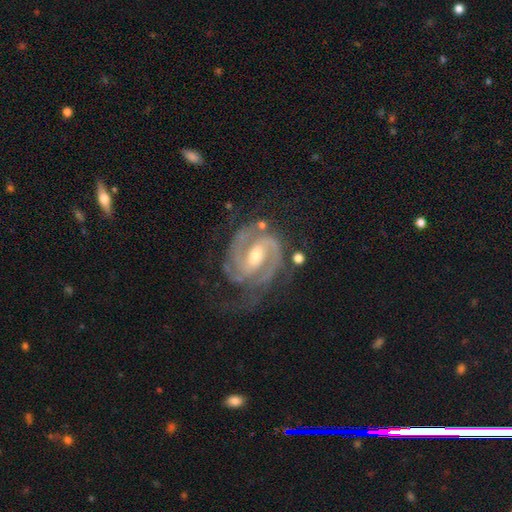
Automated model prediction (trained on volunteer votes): Smooth or featured? Predicted: featured or disk (p=0.93). Edge-on disk? Predicted: no (p=0.98). Bar? Predicted: weak (p=0.49). Spiral arms? Predicted: yes (p=0.98). Spiral winding? Predicted: tight (p=0.55). Spiral arm count? Predicted: 2 (p=0.76). Bulge size? Predicted: moderate (p=0.57). Merging? Predicted: none (p=0.63).